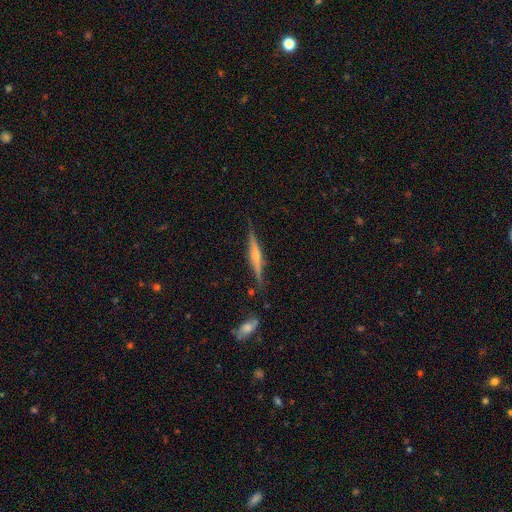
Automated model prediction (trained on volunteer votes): The model was most divided on "smooth or featured": featured or disk: 70%, smooth: 23%, star or artifact: 7%. More confident: edge-on disk — yes (97%); merging — none (83%); edge-on bulge — rounded (69%).